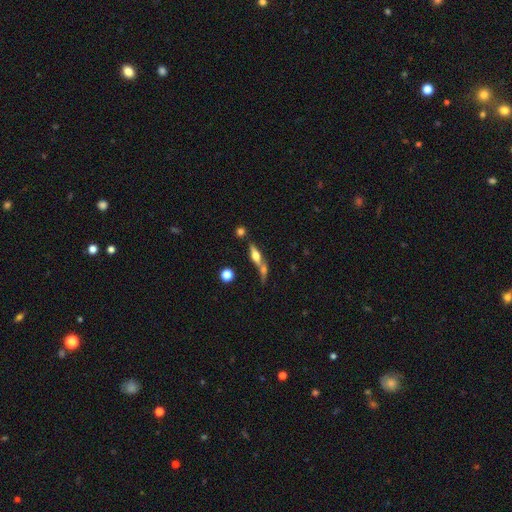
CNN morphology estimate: Smooth or featured?
  - featured or disk: 57% *
  - smooth: 34%
  - star or artifact: 9%
Edge-on disk?
  - yes: 88% *
  - no: 12%
Edge-on bulge?
  - rounded: 90% *
  - boxy: 7%
  - none: 4%
Merging?
  - none: 47% *
  - merger: 35%
  - minor disturbance: 12%
  - major disturbance: 6%